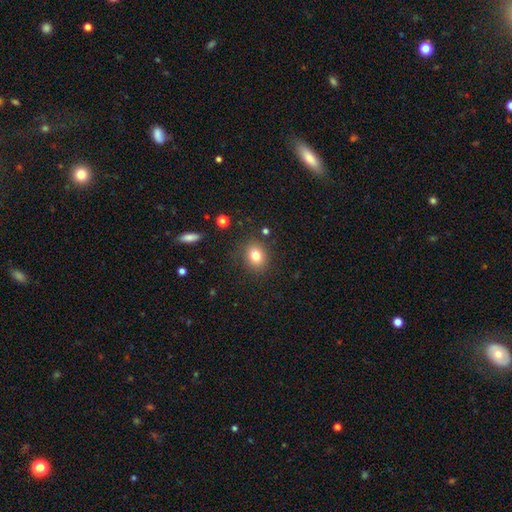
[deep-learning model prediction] Smooth or featured? smooth (80%)
How rounded? round (58%)
Merging? none (85%)